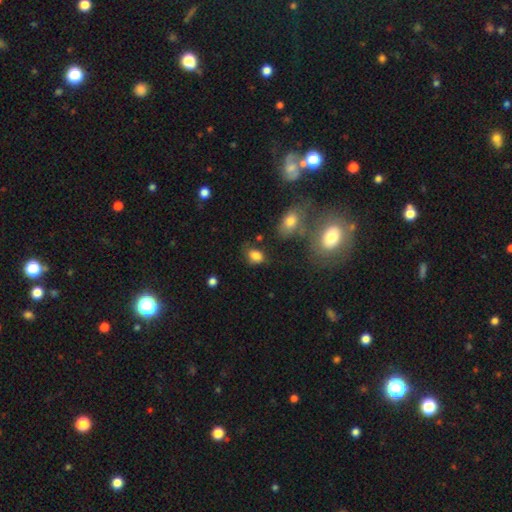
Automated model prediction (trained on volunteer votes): A smooth galaxy with no disk features (82%) that is in between round and cigar-shaped (70%). Merging: none (64%).